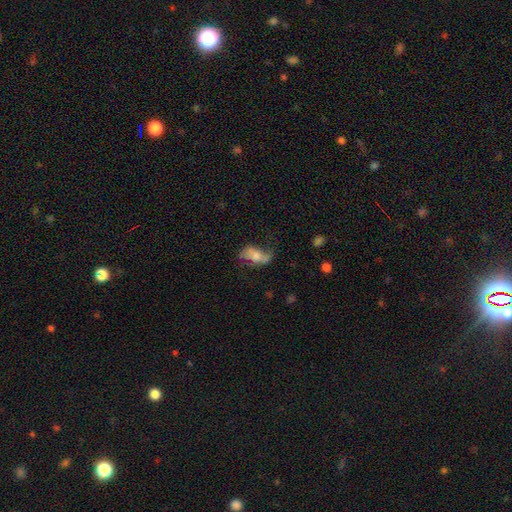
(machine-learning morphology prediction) This appears to be a smooth galaxy with no disk features (51%) that is in between round and cigar-shaped (88%). Merging: none (42%).